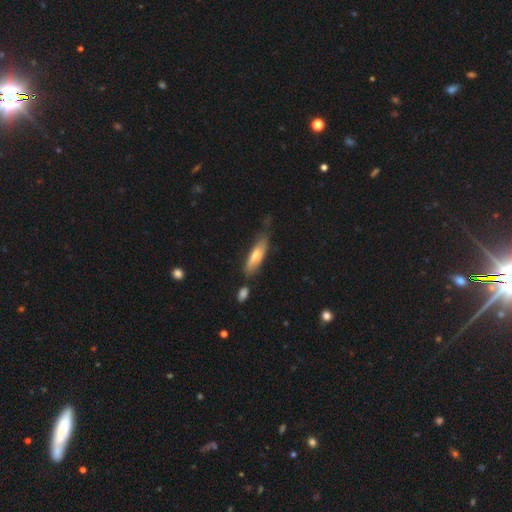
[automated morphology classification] This is possibly a smooth galaxy (57%). How rounded: likely cigar-shaped (67%). Merging: possibly none (55%).